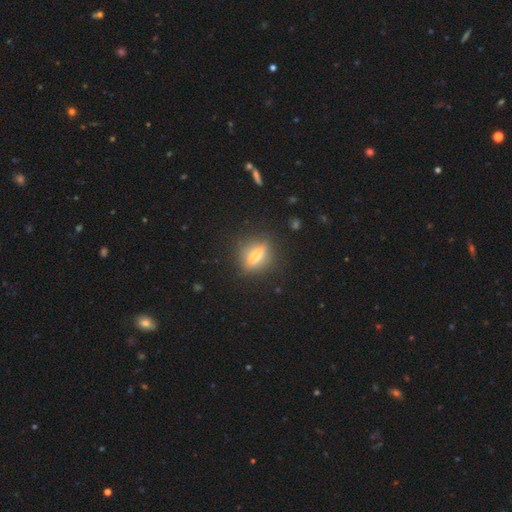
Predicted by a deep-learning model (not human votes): smooth_or_featured: smooth (p=0.59) [alt: featured or disk p=0.32]
how_rounded: in between (p=0.56) [alt: cigar-shaped p=0.24]
merging: none (p=0.82) [alt: minor disturbance p=0.12]